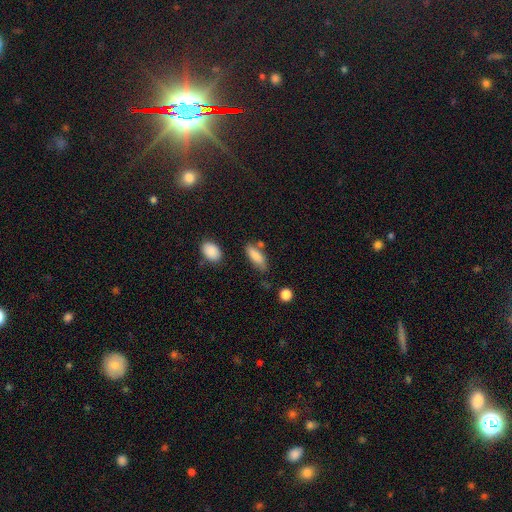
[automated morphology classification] Smooth or featured?
  - smooth: 83% *
  - featured or disk: 10%
  - star or artifact: 7%
How rounded?
  - in between: 63% *
  - cigar-shaped: 34%
  - round: 2%
Merging?
  - none: 65% *
  - minor disturbance: 21%
  - merger: 8%
  - major disturbance: 6%